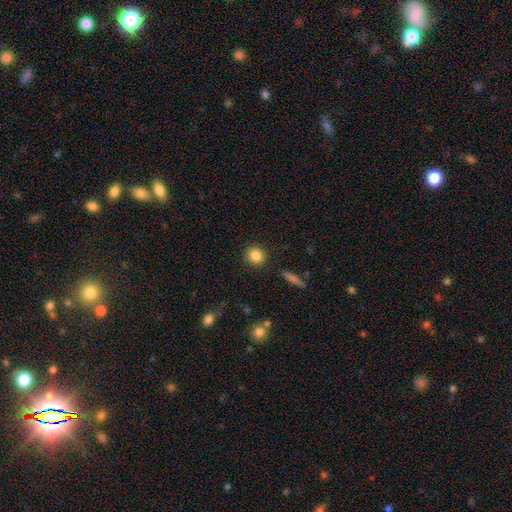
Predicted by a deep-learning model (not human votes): This is clearly a smooth galaxy (85%). How rounded: clearly round (86%). Merging: clearly none (90%).